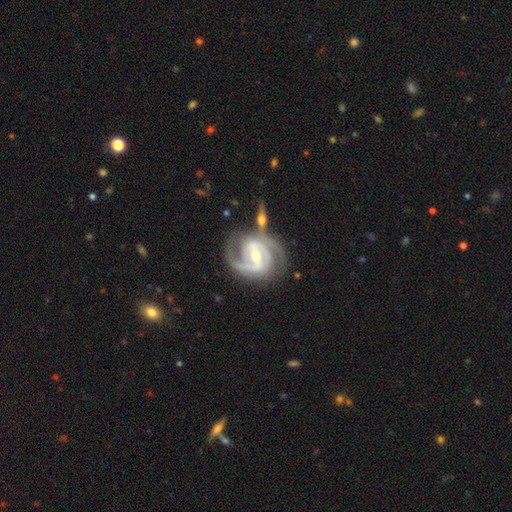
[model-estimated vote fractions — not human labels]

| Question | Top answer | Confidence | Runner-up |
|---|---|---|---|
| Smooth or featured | featured or disk | 92% | smooth (4%) |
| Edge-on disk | no | 97% | yes (3%) |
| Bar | strong | 43% | weak (42%) |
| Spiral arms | yes | 98% | no (2%) |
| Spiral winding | tight | 46% | tied: medium (46%) |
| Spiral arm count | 2 | 73% | 3 (14%) |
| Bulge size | moderate | 51% | small (46%) |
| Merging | none | 63% | minor disturbance (16%) |